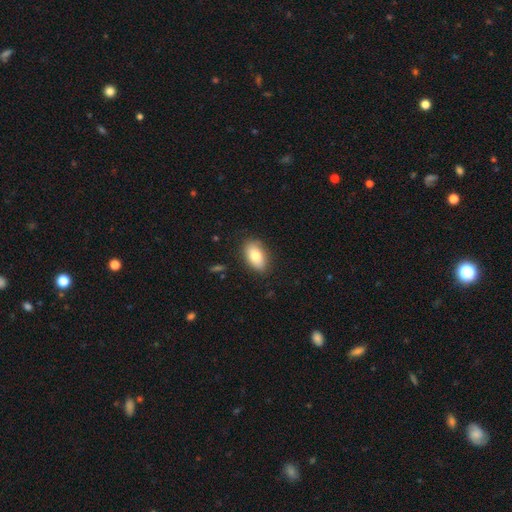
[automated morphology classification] smooth 80%, featured or disk 13%, star or artifact 7%. Down the decision tree: how rounded — in between (91%); merging — none (84%).